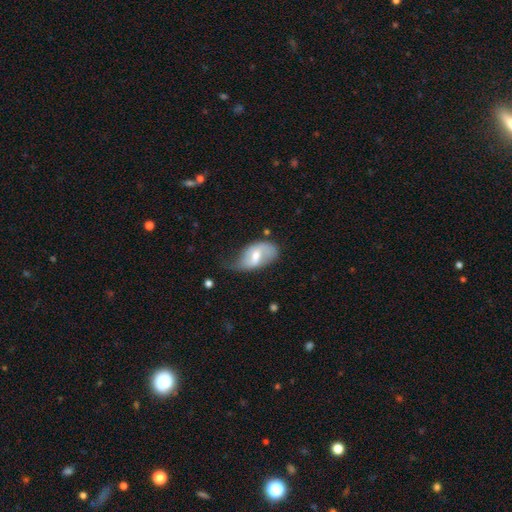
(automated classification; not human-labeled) This appears to be a featured or disk galaxy (51%). Merging: minor disturbance (40%).